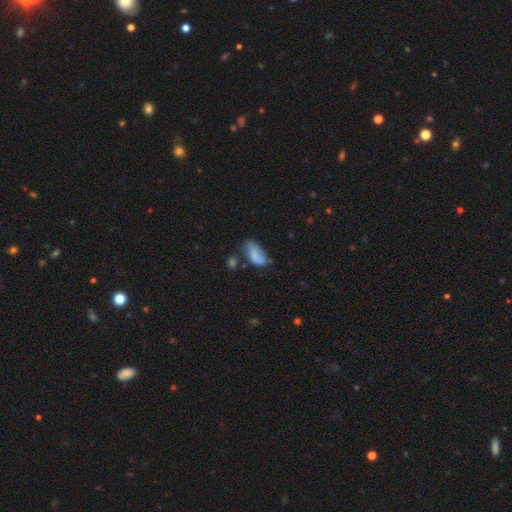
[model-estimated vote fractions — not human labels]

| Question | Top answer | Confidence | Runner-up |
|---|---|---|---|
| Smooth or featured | smooth | 61% | featured or disk (29%) |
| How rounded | in between | 90% | cigar-shaped (5%) |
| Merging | none | 42% | minor disturbance (31%) |